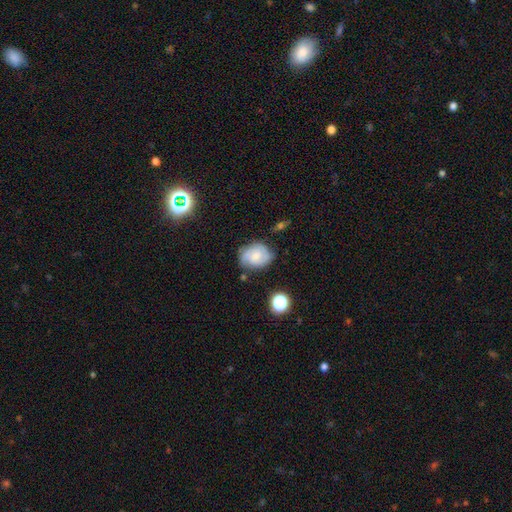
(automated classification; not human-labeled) The model was most divided on "bulge size": small: 50%, moderate: 41%, none: 5%, large: 3%, dominant: 1%. More confident: edge-on disk — no (97%); spiral arms — yes (87%); merging — none (66%); bar — no (64%); smooth or featured — featured or disk (54%).